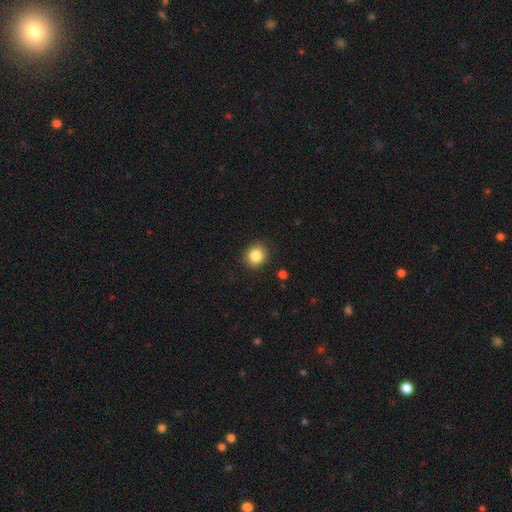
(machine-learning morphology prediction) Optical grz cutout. It shows a smooth galaxy with no disk features (85%) that is round (81%). Merging: none (90%).